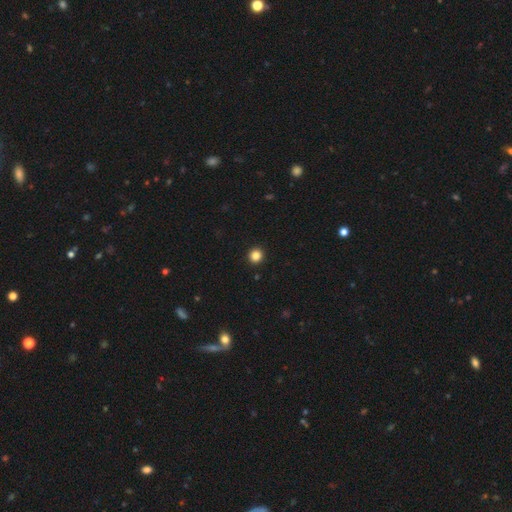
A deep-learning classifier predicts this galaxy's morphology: Smooth or featured? smooth (85%)
How rounded? round (94%)
Merging? none (94%)